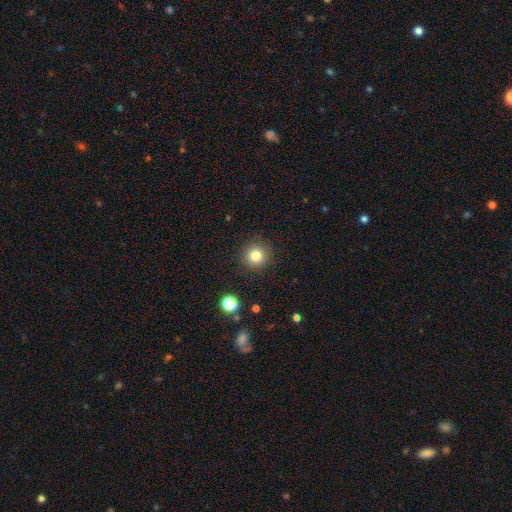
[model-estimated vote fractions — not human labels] Smooth or featured? Predicted: smooth (p=0.80). How rounded? Predicted: round (p=0.94). Merging? Predicted: none (p=0.90).